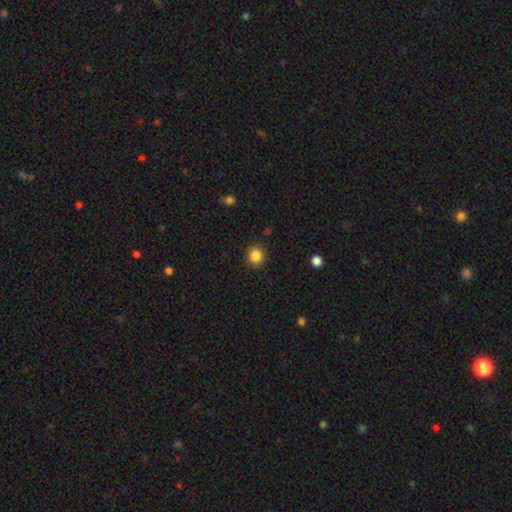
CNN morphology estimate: Smooth or featured? Predicted: smooth (p=0.85). How rounded? Predicted: round (p=0.87). Merging? Predicted: none (p=0.90).